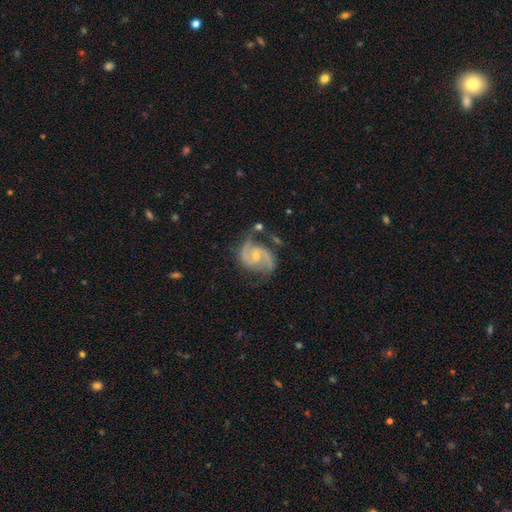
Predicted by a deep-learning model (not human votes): Morphology: type=featured or disk (90%); edge-on=no (98%); bar=no (47%); spiral arms=yes (97%); winding=medium (57%); arm count=2 (88%); bulge=small (55%); merging=none (60%).